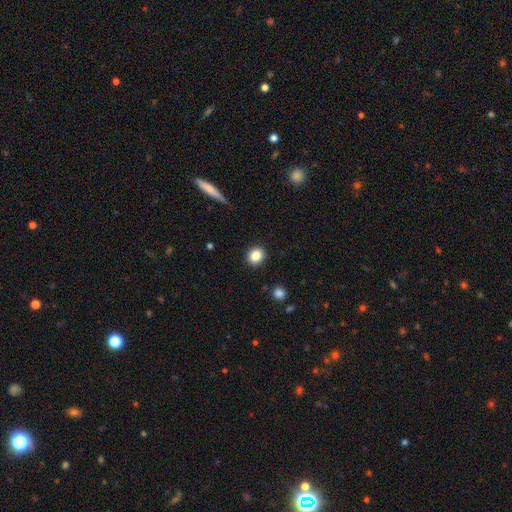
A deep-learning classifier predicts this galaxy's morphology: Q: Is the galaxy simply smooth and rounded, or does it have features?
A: smooth — 85%.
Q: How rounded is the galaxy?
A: round — 78%.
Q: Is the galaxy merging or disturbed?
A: none — 91%.